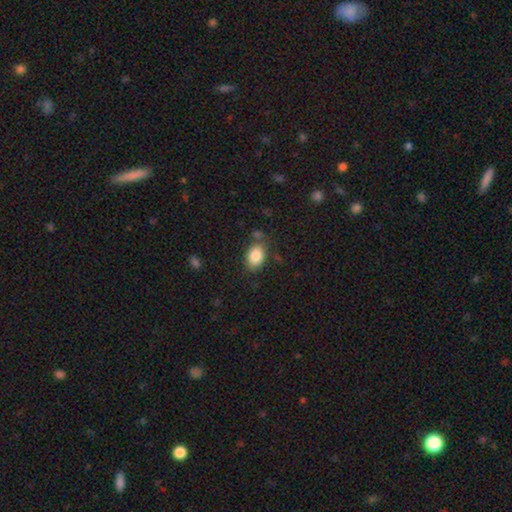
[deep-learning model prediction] This appears to be a smooth galaxy with no disk features (86%) that is in between round and cigar-shaped (80%). Merging: none (76%).